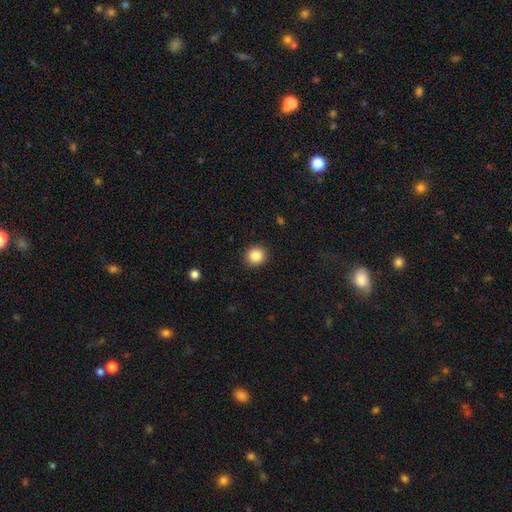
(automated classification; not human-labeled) smooth 86%, star or artifact 10%, featured or disk 4%. Down the decision tree: how rounded — round (89%); merging — none (91%).